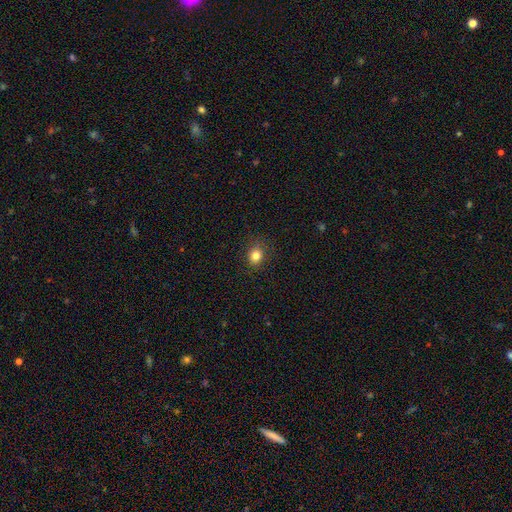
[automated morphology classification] Smooth or featured?
  - smooth: 82% *
  - star or artifact: 12%
  - featured or disk: 6%
How rounded?
  - round: 66% *
  - in between: 33%
  - cigar-shaped: 1%
Merging?
  - none: 86% *
  - minor disturbance: 10%
  - major disturbance: 3%
  - merger: 1%